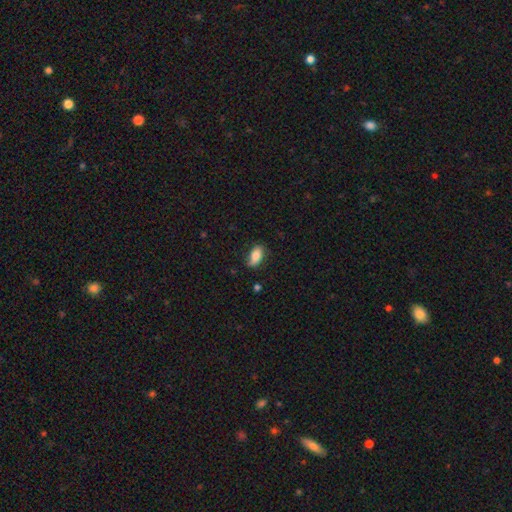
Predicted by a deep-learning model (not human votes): Smooth or featured? smooth (79%)
How rounded? in between (89%)
Merging? none (70%)